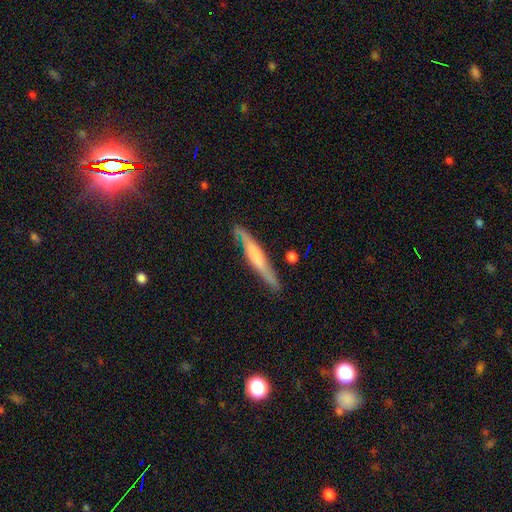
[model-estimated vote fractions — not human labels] Morphology: type=featured or disk (55%); edge-on=yes (82%); merging=none (75%).